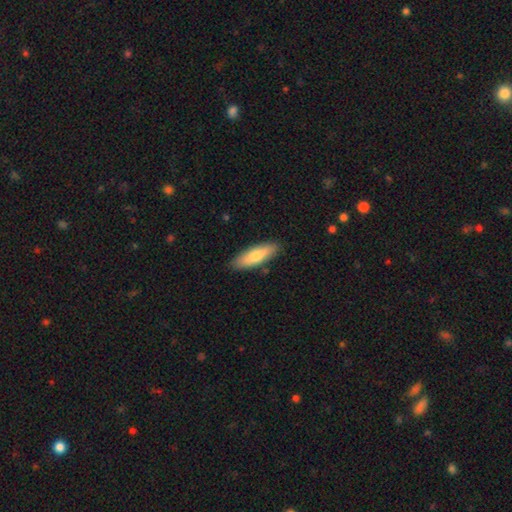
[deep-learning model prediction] This is likely a smooth galaxy (72%). How rounded: possibly in between (56%). Merging: clearly none (86%).